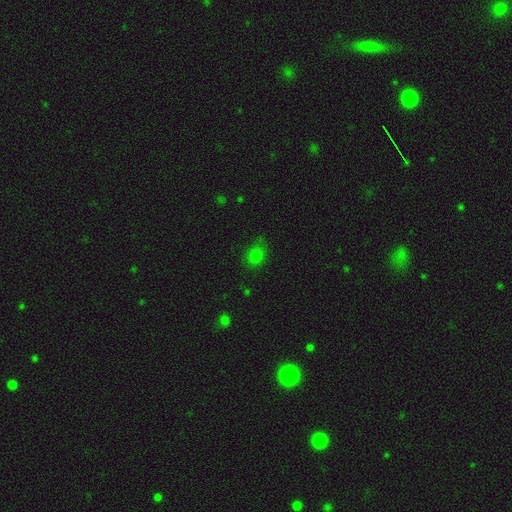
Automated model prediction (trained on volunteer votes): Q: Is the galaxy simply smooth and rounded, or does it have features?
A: smooth — 78%.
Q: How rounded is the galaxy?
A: in between — 59%.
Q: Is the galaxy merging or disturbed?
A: none — 69%.